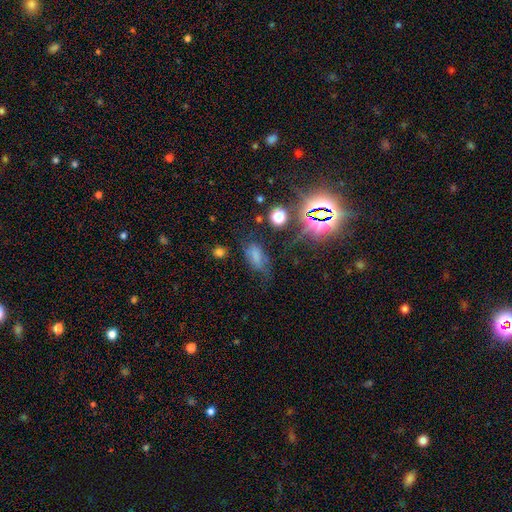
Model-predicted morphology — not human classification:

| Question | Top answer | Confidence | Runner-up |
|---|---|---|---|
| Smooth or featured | smooth | 60% | star or artifact (23%) |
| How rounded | in between | 83% | cigar-shaped (10%) |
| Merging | none | 47% | minor disturbance (29%) |